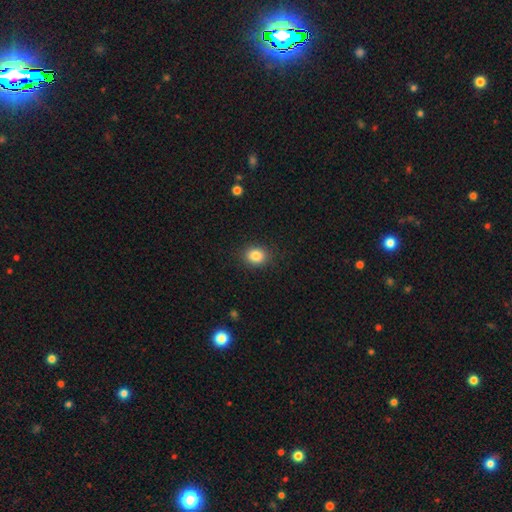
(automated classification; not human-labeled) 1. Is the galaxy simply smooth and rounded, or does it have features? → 85% smooth, 10% star or artifact, 5% featured or disk.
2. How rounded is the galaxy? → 60% round, 39% in between, 1% cigar-shaped.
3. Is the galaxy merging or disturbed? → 88% none, 9% minor disturbance, 3% major disturbance, 1% merger.